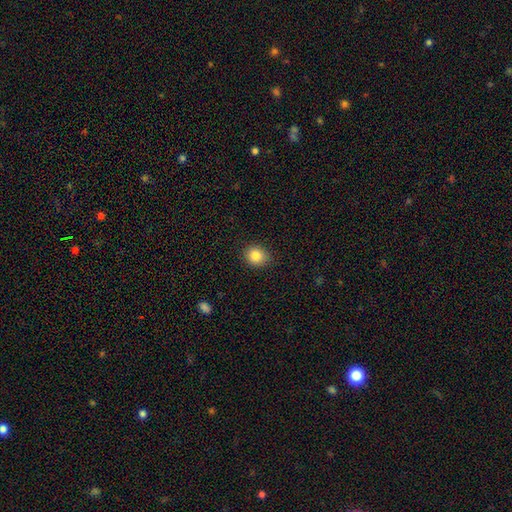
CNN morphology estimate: A smooth galaxy with no disk features (85%) that is round (71%). Merging: none (88%).